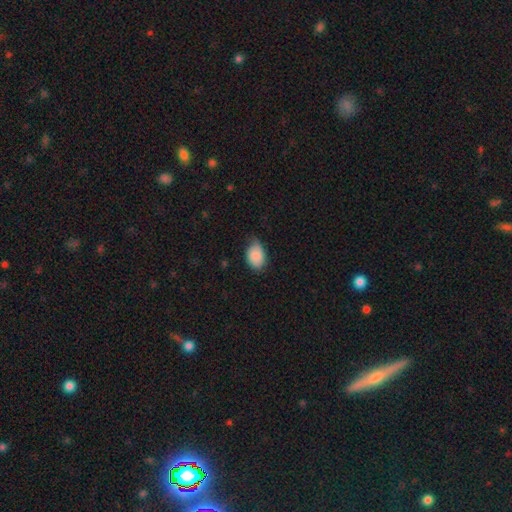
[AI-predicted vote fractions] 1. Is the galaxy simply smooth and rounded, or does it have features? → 86% smooth, 8% featured or disk, 7% star or artifact.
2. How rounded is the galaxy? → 84% in between, 14% round, 1% cigar-shaped.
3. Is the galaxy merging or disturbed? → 55% none, 37% minor disturbance, 7% major disturbance, 1% merger.